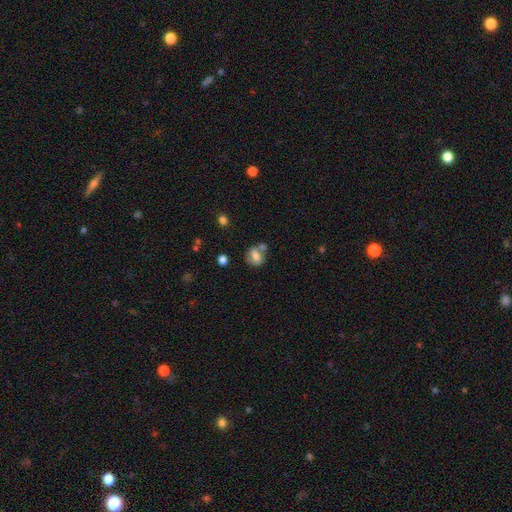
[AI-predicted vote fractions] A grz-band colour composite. It shows a smooth galaxy with no disk features (69%) that is round (51%). Merging: none (48%).